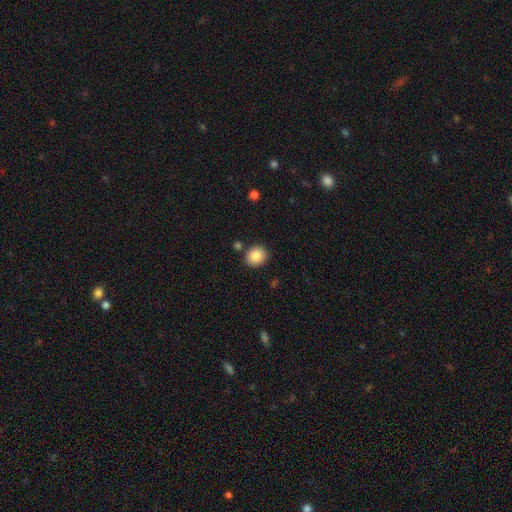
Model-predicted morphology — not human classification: Q: Smooth or featured?
A: smooth (87%); runner-up: star or artifact (8%)
Q: How rounded?
A: round (69%); runner-up: in between (31%)
Q: Merging?
A: none (83%); runner-up: minor disturbance (9%)